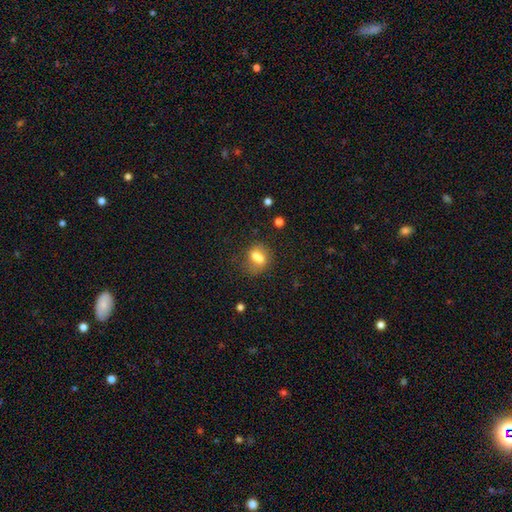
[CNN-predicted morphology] Overall: smooth (69%). How rounded: in between (55%; round 41%). Merging: none (42%; merger 35%).